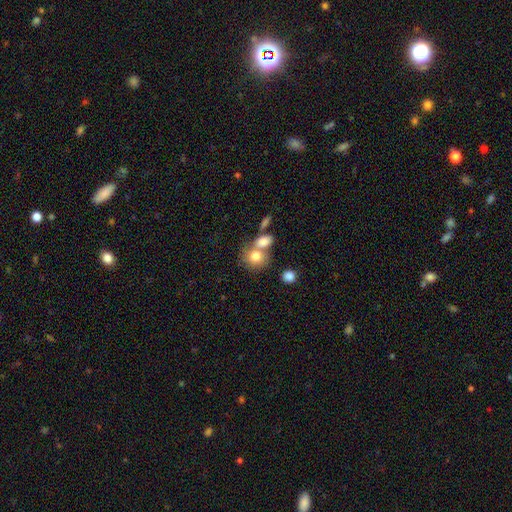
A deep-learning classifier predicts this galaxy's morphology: Smooth or featured? Predicted: smooth (p=0.78). How rounded? Predicted: round (p=0.64). Merging? Predicted: merger (p=0.49).